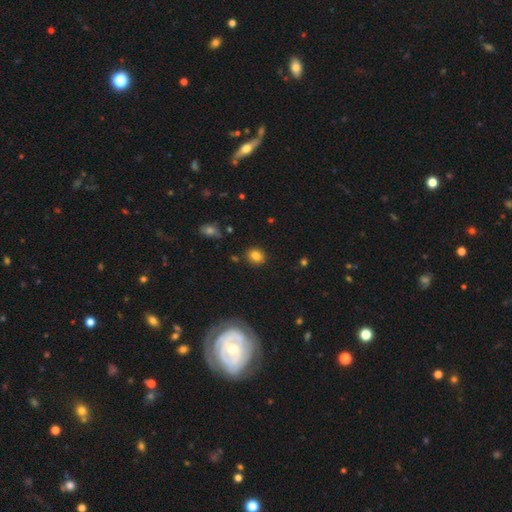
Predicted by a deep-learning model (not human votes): Smooth or featured? smooth (82%)
How rounded? round (57%)
Merging? none (83%)